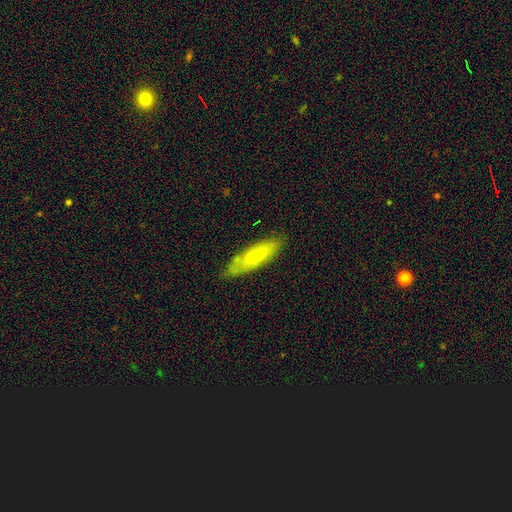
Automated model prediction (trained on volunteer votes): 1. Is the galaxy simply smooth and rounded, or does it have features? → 64% smooth, 30% featured or disk, 6% star or artifact.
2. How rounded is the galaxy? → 53% cigar-shaped, 45% in between, 2% round.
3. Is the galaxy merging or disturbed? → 78% none, 17% minor disturbance, 4% major disturbance, 2% merger.